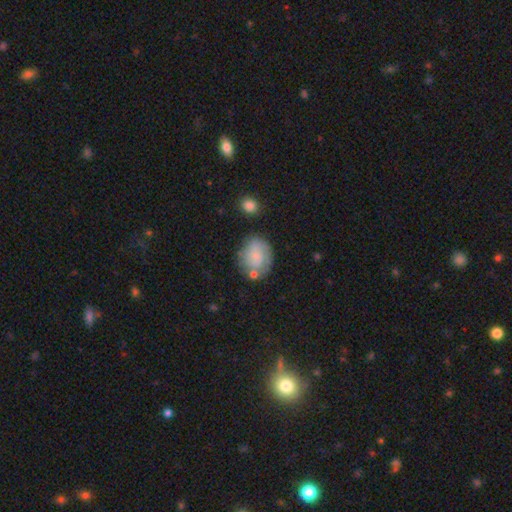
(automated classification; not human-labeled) This is possibly a smooth galaxy (55%). How rounded: possibly round (59%). Merging: likely none (62%).